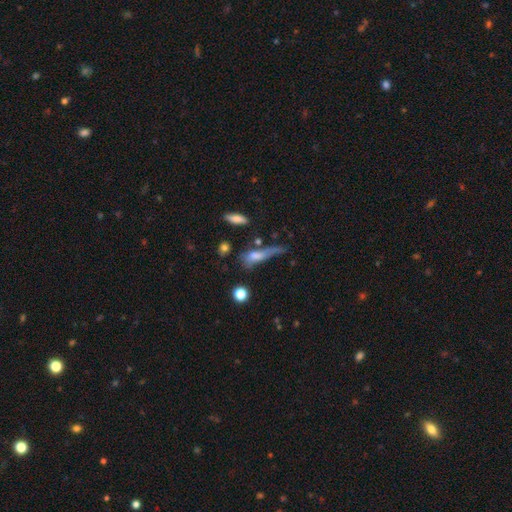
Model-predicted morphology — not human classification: Q: Smooth or featured?
A: smooth (60%); runner-up: featured or disk (27%)
Q: How rounded?
A: cigar-shaped (53%); runner-up: in between (40%)
Q: Merging?
A: major disturbance (35%); runner-up: minor disturbance (27%)